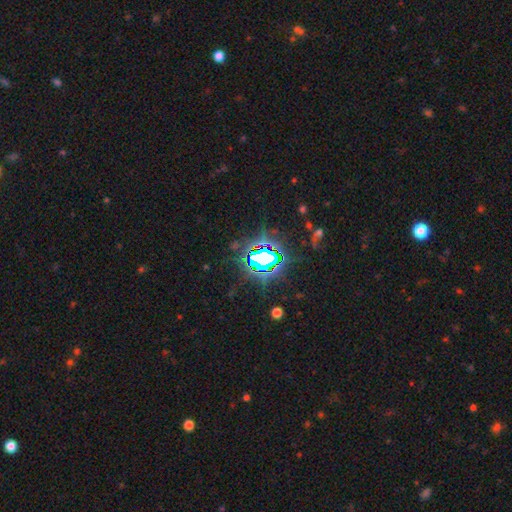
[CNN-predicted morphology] A star or artifact, not a galaxy (83%).

Vote fractions:
- Smooth or featured? star or artifact: 83% / smooth: 10% / featured or disk: 7%